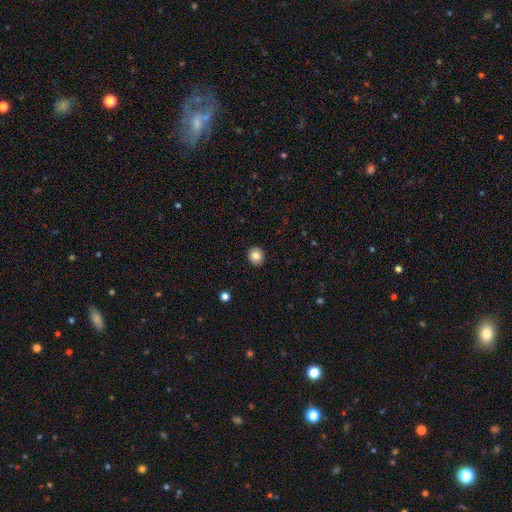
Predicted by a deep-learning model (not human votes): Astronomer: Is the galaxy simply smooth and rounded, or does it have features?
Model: smooth — 83%.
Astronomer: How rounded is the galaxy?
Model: round — 75%.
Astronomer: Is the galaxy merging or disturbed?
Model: none — 91%.